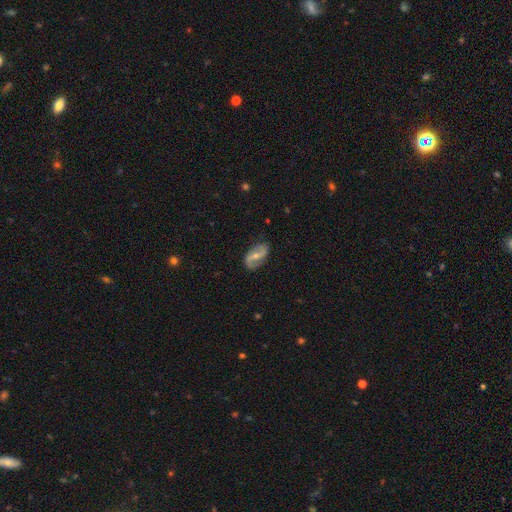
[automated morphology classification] This is likely a featured or disk galaxy (78%). It is clearly not viewed edge-on (96%). Bar: marginally weak (41%). Spiral arm pattern: clearly yes (91%). Spiral arm count: clearly 2 (91%). Spiral winding: possibly loose (52%). Central bulge: possibly moderate (47%, tied with small). Merging: clearly none (82%).